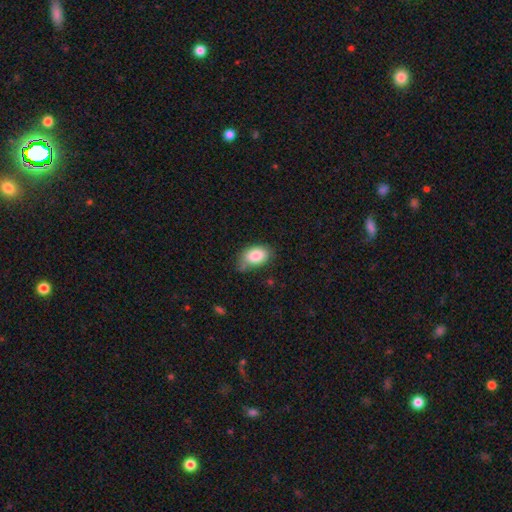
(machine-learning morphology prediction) A smooth galaxy with no disk features (85%) that is in between round and cigar-shaped (89%). Merging: none (60%).